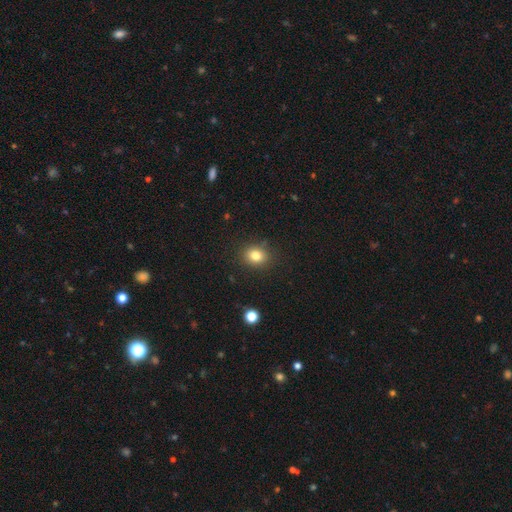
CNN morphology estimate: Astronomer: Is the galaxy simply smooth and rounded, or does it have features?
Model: smooth — 81%.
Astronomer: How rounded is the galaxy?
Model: round — 64%.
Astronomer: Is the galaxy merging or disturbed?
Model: none — 87%.